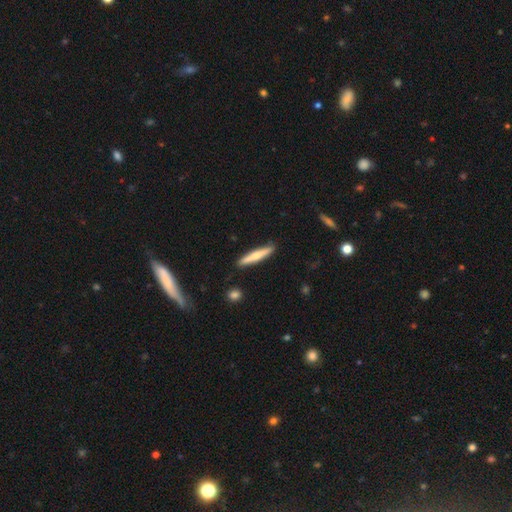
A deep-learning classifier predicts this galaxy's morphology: Q: Smooth or featured?
A: smooth (62%); runner-up: featured or disk (33%)
Q: How rounded?
A: cigar-shaped (92%); runner-up: in between (6%)
Q: Merging?
A: none (89%); runner-up: minor disturbance (8%)